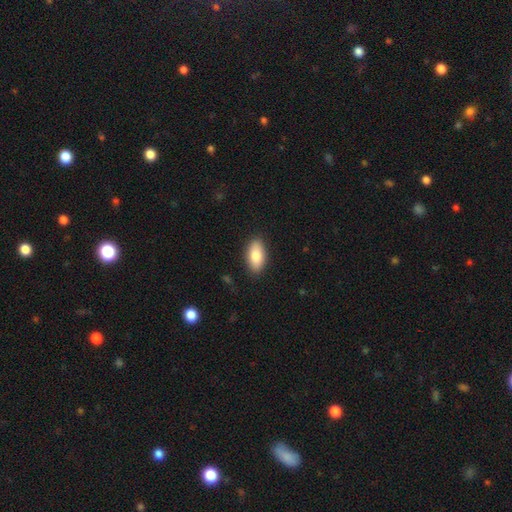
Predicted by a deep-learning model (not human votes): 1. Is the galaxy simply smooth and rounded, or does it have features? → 82% smooth, 12% featured or disk, 6% star or artifact.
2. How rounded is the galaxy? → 91% in between, 6% cigar-shaped, 3% round.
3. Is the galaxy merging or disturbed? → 88% none, 9% minor disturbance, 2% major disturbance, 1% merger.